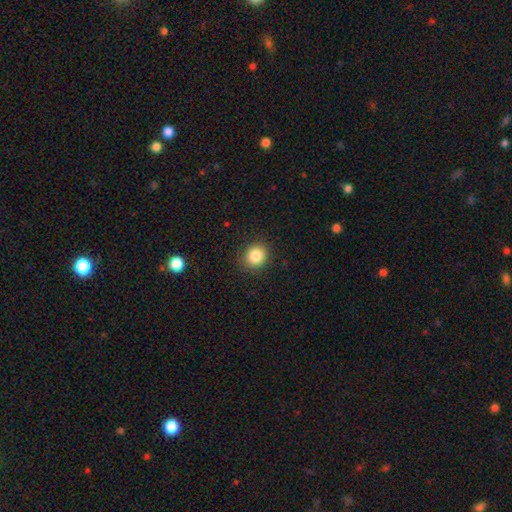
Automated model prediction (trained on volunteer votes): smooth_or_featured: smooth (p=0.85) [alt: star or artifact p=0.10]
how_rounded: round (p=0.83) [alt: in between p=0.16]
merging: none (p=0.89) [alt: minor disturbance p=0.07]